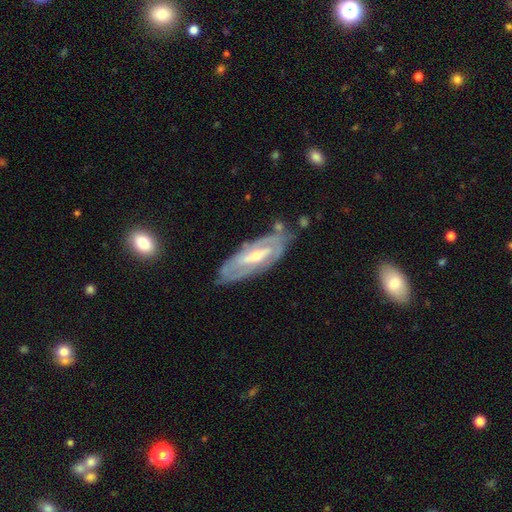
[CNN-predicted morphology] Q: Smooth or featured?
A: featured or disk (82%); runner-up: smooth (13%)
Q: Edge-on disk?
A: no (87%); runner-up: yes (13%)
Q: Bar?
A: strong (45%); runner-up: weak (36%)
Q: Spiral arms?
A: yes (85%); runner-up: no (15%)
Q: Spiral winding?
A: tight (55%); runner-up: medium (33%)
Q: Spiral arm count?
A: 2 (56%); runner-up: can't tell (29%)
Q: Bulge size?
A: moderate (49%); runner-up: small (47%)
Q: Merging?
A: none (70%); runner-up: minor disturbance (20%)